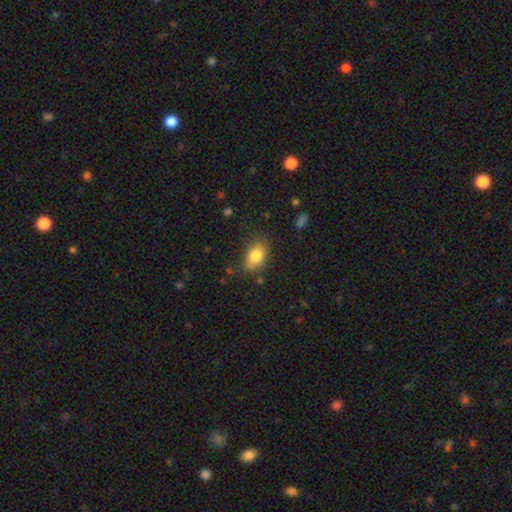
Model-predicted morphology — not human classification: smooth_or_featured: smooth (p=0.82) [alt: featured or disk p=0.10]
how_rounded: in between (p=0.84) [alt: round p=0.14]
merging: none (p=0.71) [alt: minor disturbance p=0.21]